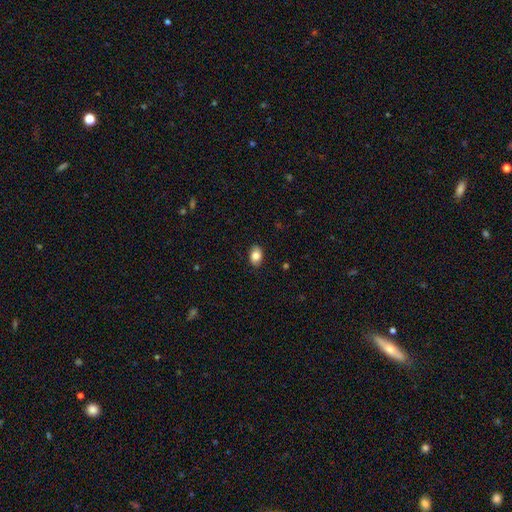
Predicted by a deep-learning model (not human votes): Morphology: type=smooth (81%); roundness=in between (79%); merging=none (85%).